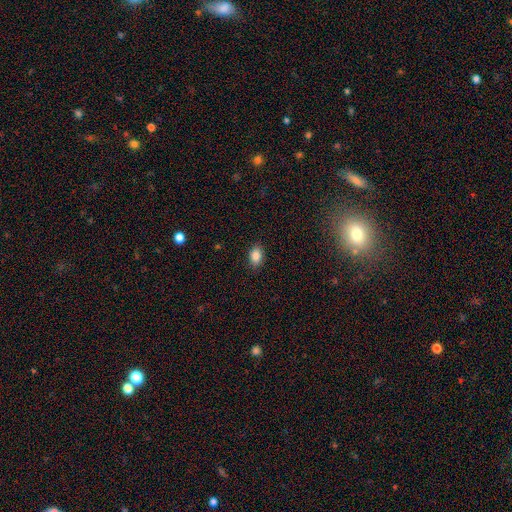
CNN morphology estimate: Smooth or featured?
  - smooth: 86% *
  - star or artifact: 9%
  - featured or disk: 5%
How rounded?
  - in between: 81% *
  - round: 17%
  - cigar-shaped: 1%
Merging?
  - none: 87% *
  - minor disturbance: 9%
  - major disturbance: 2%
  - merger: 1%